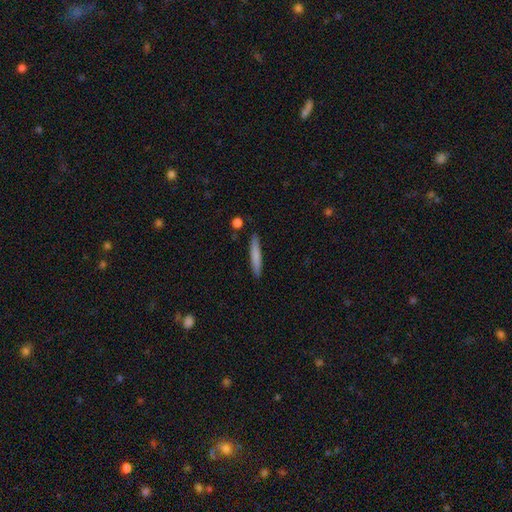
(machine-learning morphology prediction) Smooth or featured? smooth (76%)
How rounded? cigar-shaped (94%)
Merging? none (89%)